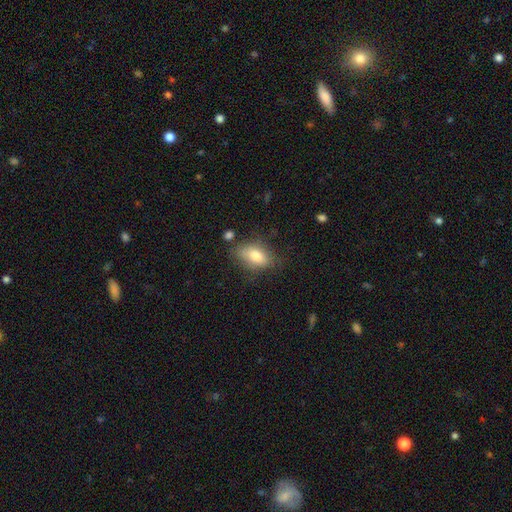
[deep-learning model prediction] A smooth galaxy with no disk features (78%) that is in between round and cigar-shaped (87%).

Vote fractions:
- Smooth or featured? smooth: 78% / featured or disk: 14% / star or artifact: 8%
- How rounded? in between: 87% / round: 10% / cigar-shaped: 3%
- Merging? none: 68% / minor disturbance: 21% / major disturbance: 6% / merger: 4%